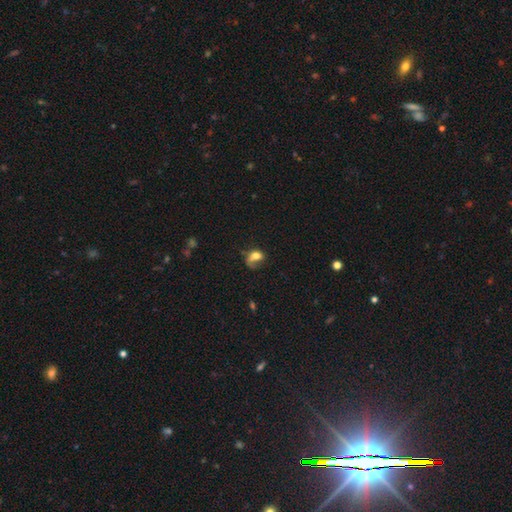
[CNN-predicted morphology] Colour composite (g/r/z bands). It shows a smooth galaxy with no disk features (61%) that is in between round and cigar-shaped (63%). Merging: major disturbance (40%).